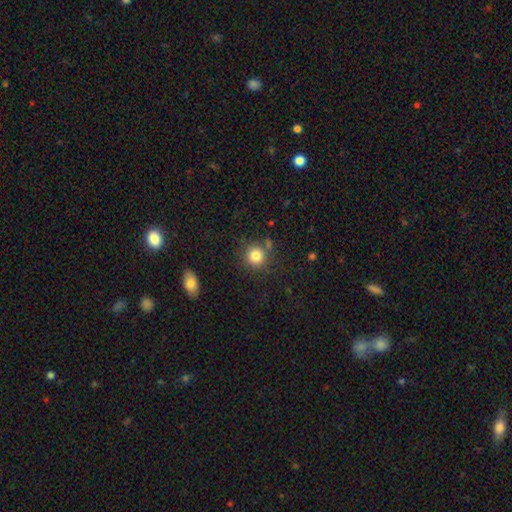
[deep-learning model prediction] Smooth or featured: smooth — 82% (star or artifact — 11%)
How rounded: round — 91% (in between — 8%)
Merging: none — 80% (minor disturbance — 10%)